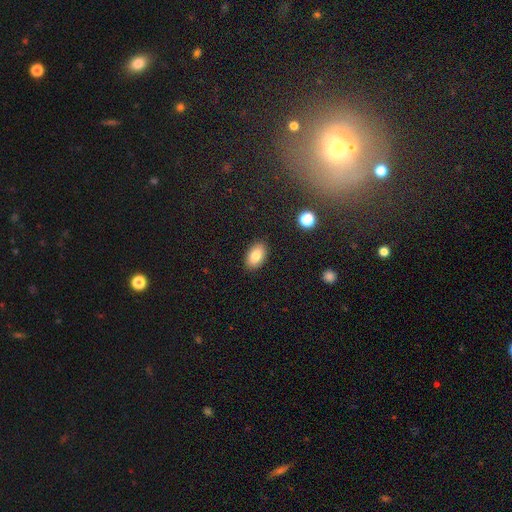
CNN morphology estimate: A smooth galaxy with no disk features (83%) that is in between round and cigar-shaped (92%).

Vote fractions:
- Smooth or featured? smooth: 83% / featured or disk: 9% / star or artifact: 8%
- How rounded? in between: 92% / round: 7% / cigar-shaped: 2%
- Merging? none: 88% / minor disturbance: 9% / major disturbance: 2% / merger: 1%